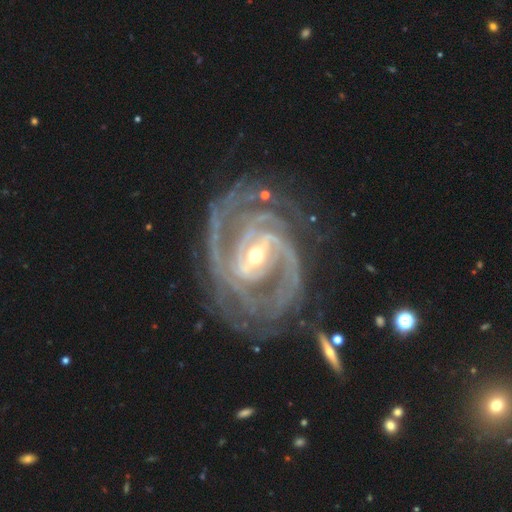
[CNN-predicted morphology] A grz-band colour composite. It shows a featured or disk galaxy (93%) with a strong bar (56%), 2 (40%) tight (55%) spiral arms (98%) and a moderate central bulge (48%). Merging: none (69%).